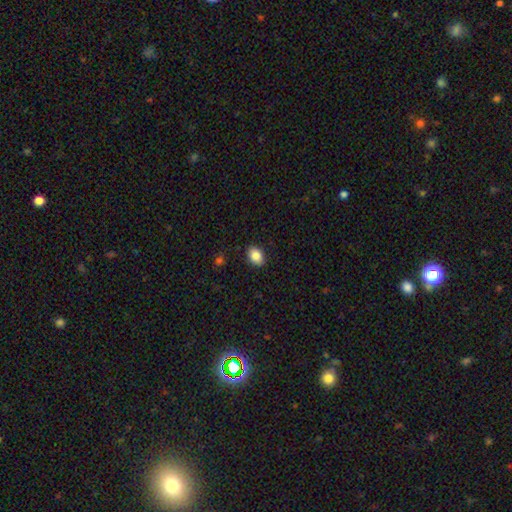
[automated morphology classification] This appears to be a smooth galaxy with no disk features (87%) that is in between round and cigar-shaped (79%). Merging: none (88%).